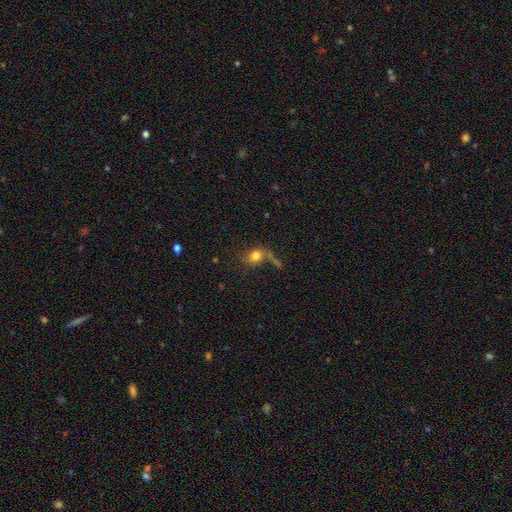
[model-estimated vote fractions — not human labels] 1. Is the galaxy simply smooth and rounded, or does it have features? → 78% smooth, 11% star or artifact, 11% featured or disk.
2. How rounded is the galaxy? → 59% round, 39% in between, 2% cigar-shaped.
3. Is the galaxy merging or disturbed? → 47% none, 20% merger, 17% minor disturbance, 16% major disturbance.